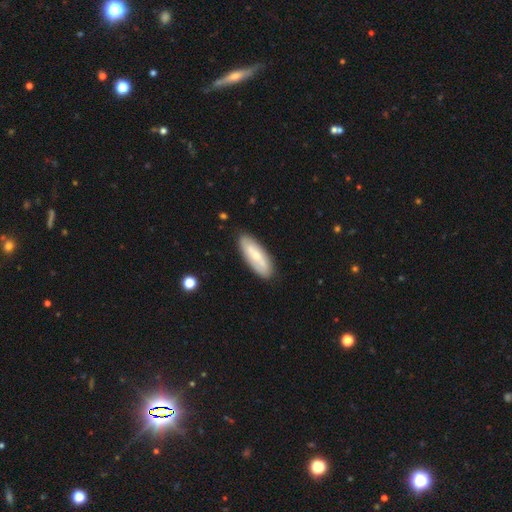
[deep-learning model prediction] smooth 51%, featured or disk 44%, star or artifact 6%. Down the decision tree: how rounded — in between (66%); merging — none (83%).